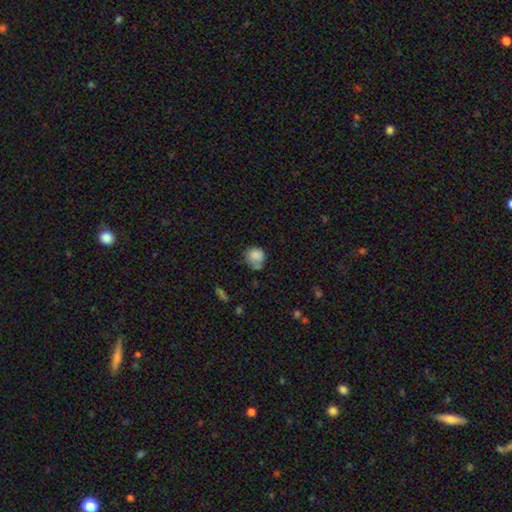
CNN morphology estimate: This appears to be a smooth galaxy with no disk features (81%) that is round (76%). Merging: none (50%).